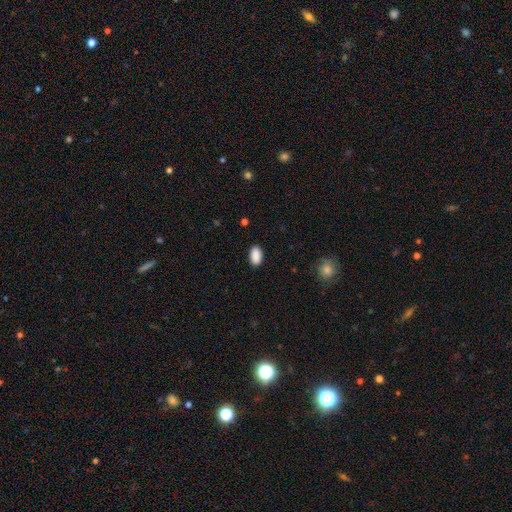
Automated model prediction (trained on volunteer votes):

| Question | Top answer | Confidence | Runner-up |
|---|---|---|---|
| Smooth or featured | smooth | 90% | star or artifact (7%) |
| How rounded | in between | 93% | round (5%) |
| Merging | none | 88% | minor disturbance (9%) |